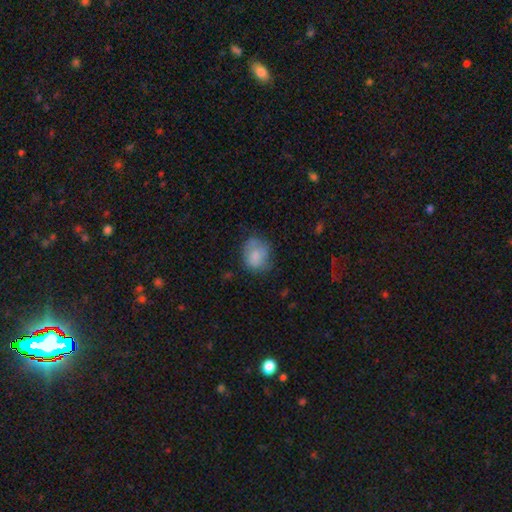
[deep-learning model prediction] The model was most divided on "how rounded": round: 57%, in between: 42%, cigar-shaped: 1%. More confident: smooth or featured — smooth (76%); merging — none (53%).